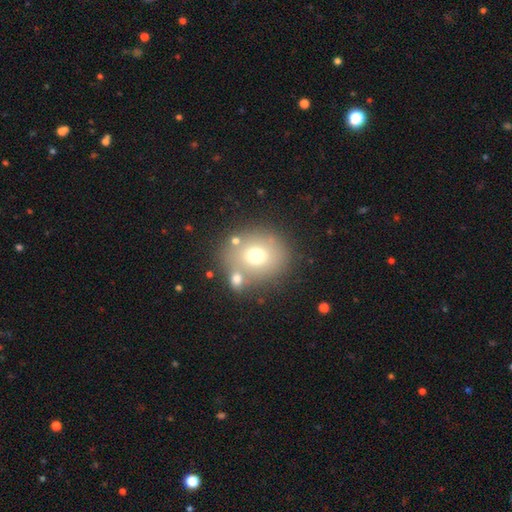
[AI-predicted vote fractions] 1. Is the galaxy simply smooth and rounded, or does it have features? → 68% smooth, 18% featured or disk, 14% star or artifact.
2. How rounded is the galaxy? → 77% round, 22% in between, 1% cigar-shaped.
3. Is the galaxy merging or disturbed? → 69% none, 15% merger, 11% minor disturbance, 5% major disturbance.